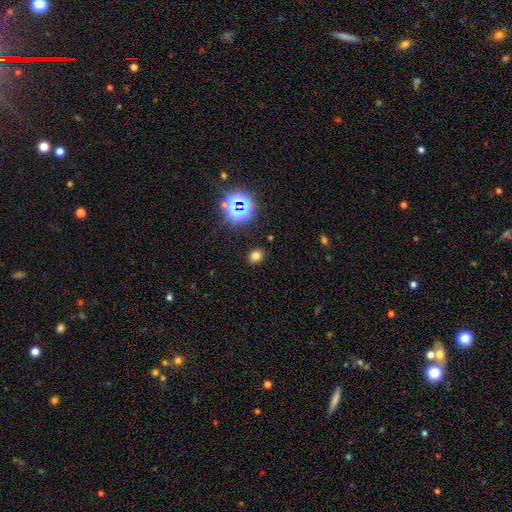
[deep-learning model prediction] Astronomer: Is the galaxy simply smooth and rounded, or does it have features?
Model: smooth — 70%.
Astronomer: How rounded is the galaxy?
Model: round — 66%.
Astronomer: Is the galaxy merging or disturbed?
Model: none — 87%.